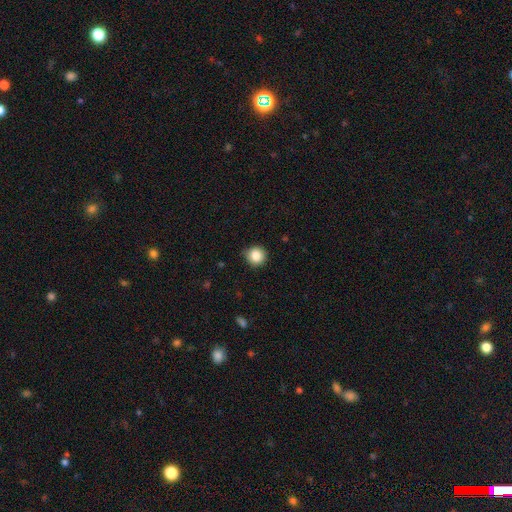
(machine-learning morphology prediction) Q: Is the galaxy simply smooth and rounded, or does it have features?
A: smooth — 86%.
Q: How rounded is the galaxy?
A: round — 93%.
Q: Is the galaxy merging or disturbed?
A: none — 86%.